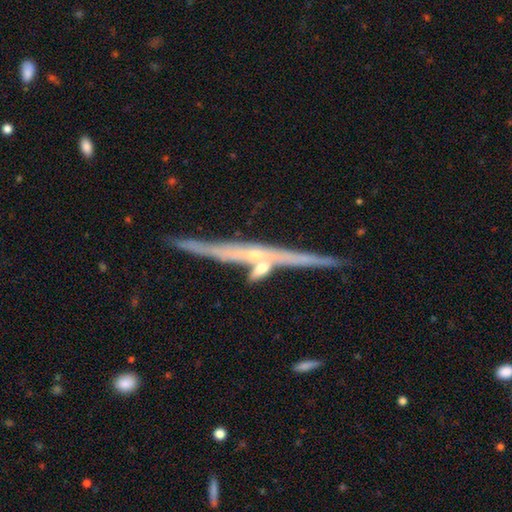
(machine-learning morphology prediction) Smooth or featured?
  - featured or disk: 78% *
  - smooth: 15%
  - star or artifact: 7%
Edge-on disk?
  - yes: 97% *
  - no: 3%
Edge-on bulge?
  - rounded: 53% *
  - none: 41%
  - boxy: 6%
Merging?
  - none: 80% *
  - merger: 9%
  - minor disturbance: 9%
  - major disturbance: 2%